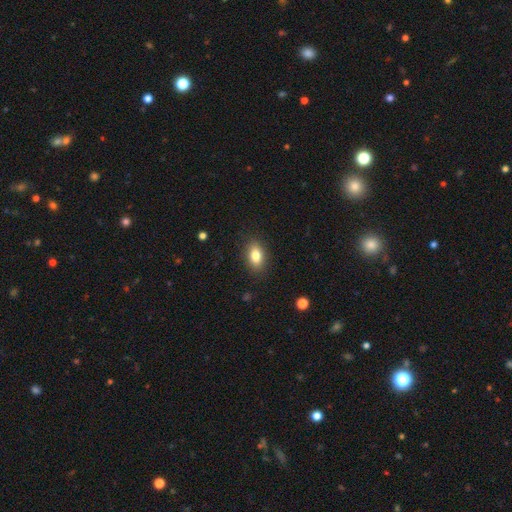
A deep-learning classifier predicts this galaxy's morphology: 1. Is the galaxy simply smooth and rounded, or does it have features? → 82% smooth, 10% featured or disk, 9% star or artifact.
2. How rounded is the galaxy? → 85% in between, 12% round, 3% cigar-shaped.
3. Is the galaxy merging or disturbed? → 86% none, 10% minor disturbance, 3% major disturbance, 1% merger.